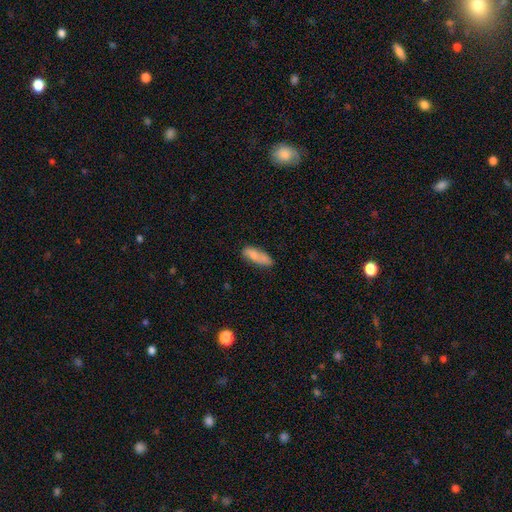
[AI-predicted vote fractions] A smooth galaxy with no disk features (72%) that is in between round and cigar-shaped (71%). Merging: none (59%).